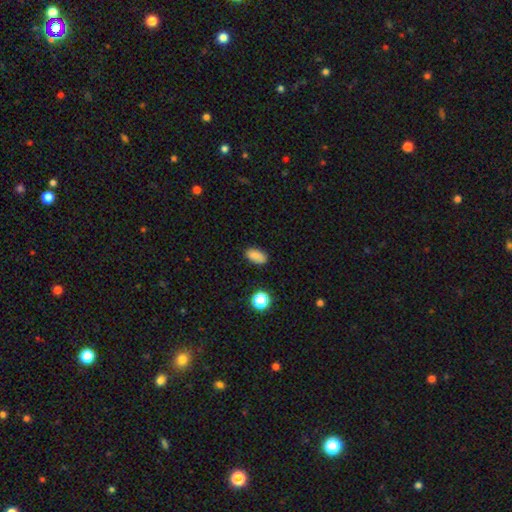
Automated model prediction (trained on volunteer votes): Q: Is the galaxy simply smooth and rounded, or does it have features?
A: smooth — 84%.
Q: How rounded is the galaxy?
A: in between — 90%.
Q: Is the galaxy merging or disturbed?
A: none — 84%.